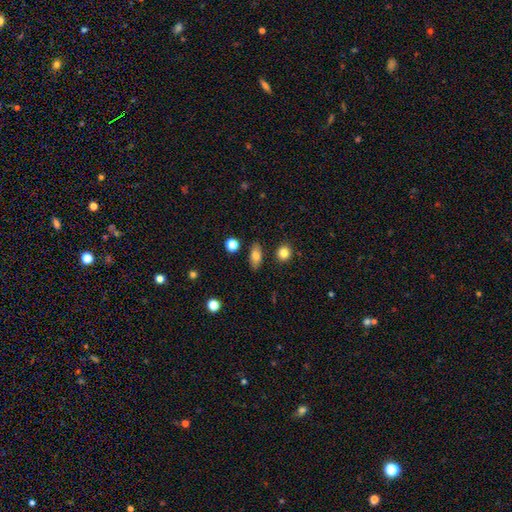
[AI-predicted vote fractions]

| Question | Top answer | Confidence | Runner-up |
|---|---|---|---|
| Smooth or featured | smooth | 77% | featured or disk (14%) |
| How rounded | in between | 79% | cigar-shaped (12%) |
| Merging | none | 85% | minor disturbance (10%) |